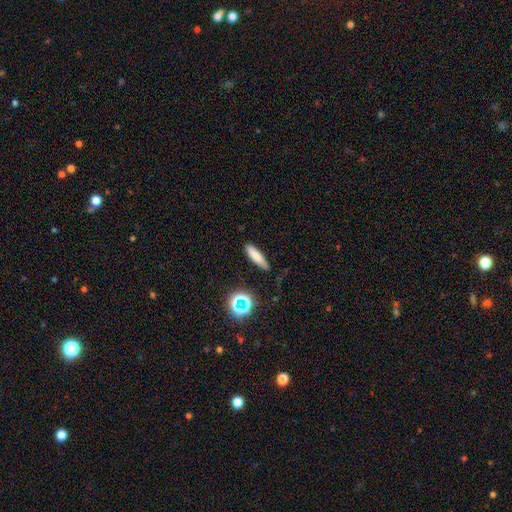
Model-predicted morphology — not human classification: Smooth or featured: smooth — 75% (star or artifact — 12%)
How rounded: cigar-shaped — 73% (in between — 24%)
Merging: none — 79% (minor disturbance — 15%)